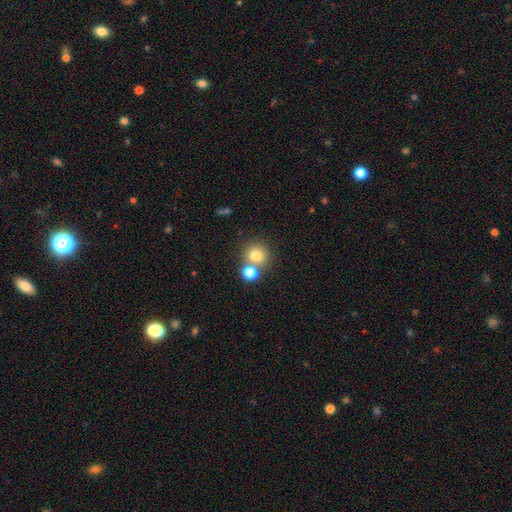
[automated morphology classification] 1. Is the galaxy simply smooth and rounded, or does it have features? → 78% smooth, 13% star or artifact, 9% featured or disk.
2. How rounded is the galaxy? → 89% round, 10% in between, 1% cigar-shaped.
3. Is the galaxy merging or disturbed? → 60% none, 30% merger, 7% minor disturbance, 3% major disturbance.